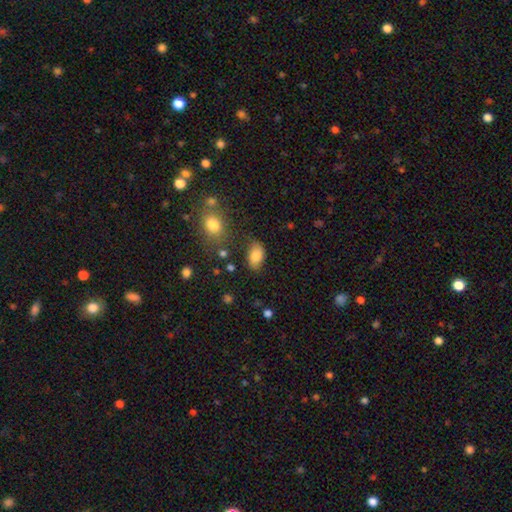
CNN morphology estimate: Smooth or featured? Predicted: smooth (p=0.82). How rounded? Predicted: in between (p=0.89). Merging? Predicted: none (p=0.73).